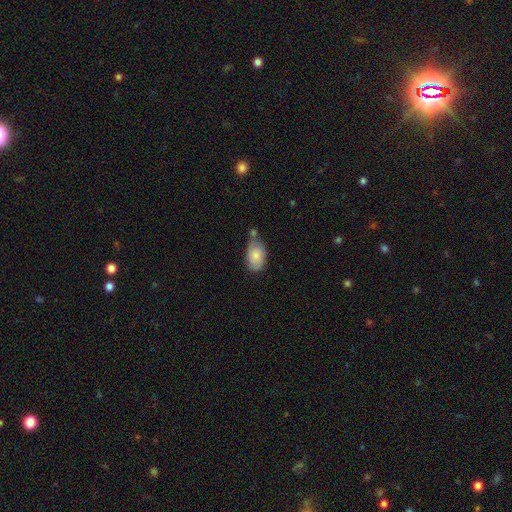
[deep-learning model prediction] A smooth galaxy with no disk features (75%) that is in between round and cigar-shaped (90%).

Vote fractions:
- Smooth or featured? smooth: 75% / featured or disk: 18% / star or artifact: 7%
- How rounded? in between: 90% / round: 8% / cigar-shaped: 2%
- Merging? none: 42% / minor disturbance: 28% / merger: 22% / major disturbance: 8%